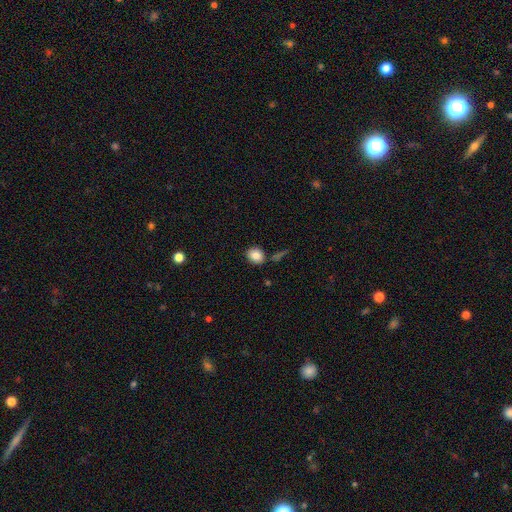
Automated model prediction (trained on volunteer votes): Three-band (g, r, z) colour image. It shows a smooth galaxy with no disk features (84%) that is round (57%). Merging: none (79%).